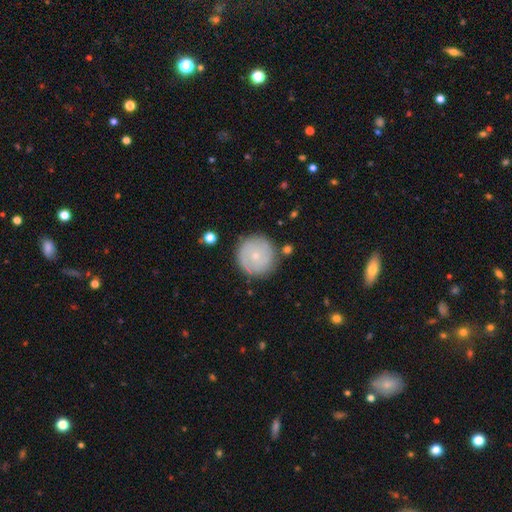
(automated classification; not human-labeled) A smooth galaxy with no disk features (49%). Merging: none (83%).